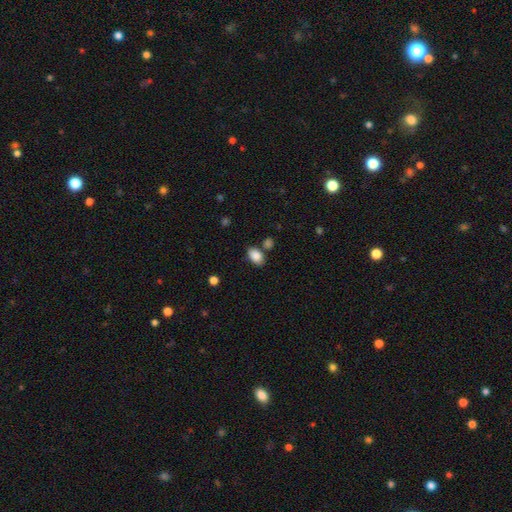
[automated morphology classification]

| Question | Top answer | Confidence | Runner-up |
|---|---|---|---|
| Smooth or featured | smooth | 87% | star or artifact (8%) |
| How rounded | in between | 88% | round (11%) |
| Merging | none | 71% | minor disturbance (15%) |